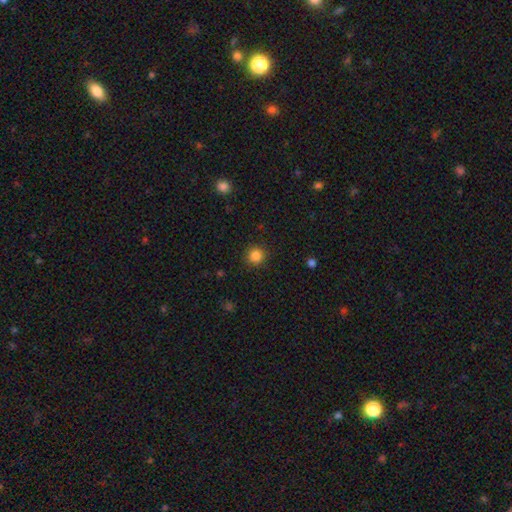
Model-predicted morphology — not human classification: A smooth galaxy with no disk features (85%) that is round (94%).

Vote fractions:
- Smooth or featured? smooth: 85% / star or artifact: 12% / featured or disk: 4%
- How rounded? round: 94% / in between: 5% / cigar-shaped: 1%
- Merging? none: 91% / minor disturbance: 6% / major disturbance: 2% / merger: 1%